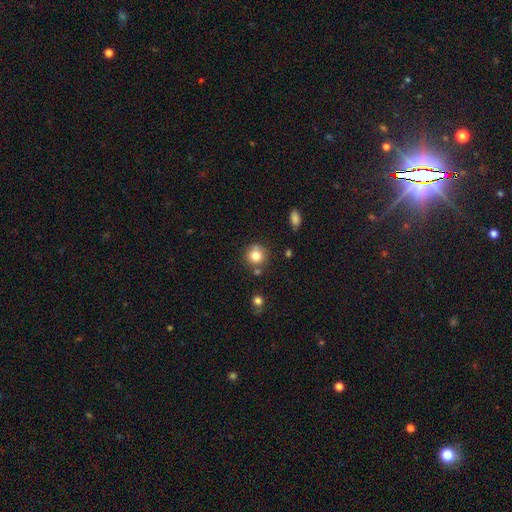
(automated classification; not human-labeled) Smooth or featured?
  - smooth: 81% *
  - star or artifact: 11%
  - featured or disk: 8%
How rounded?
  - round: 91% *
  - in between: 8%
  - cigar-shaped: 1%
Merging?
  - none: 76% *
  - minor disturbance: 11%
  - merger: 10%
  - major disturbance: 3%